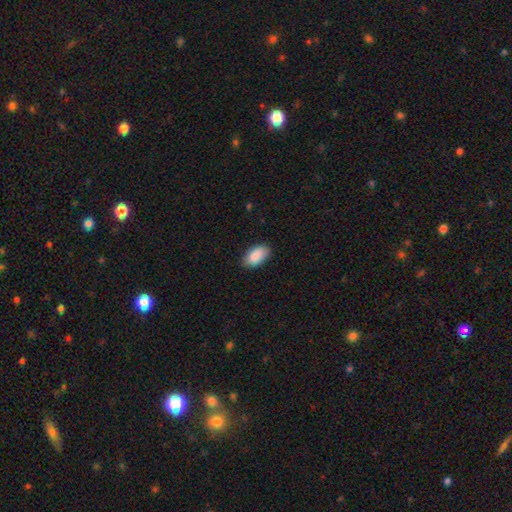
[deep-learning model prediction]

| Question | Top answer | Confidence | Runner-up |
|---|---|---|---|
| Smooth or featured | smooth | 90% | star or artifact (6%) |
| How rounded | in between | 94% | round (3%) |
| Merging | none | 83% | minor disturbance (14%) |